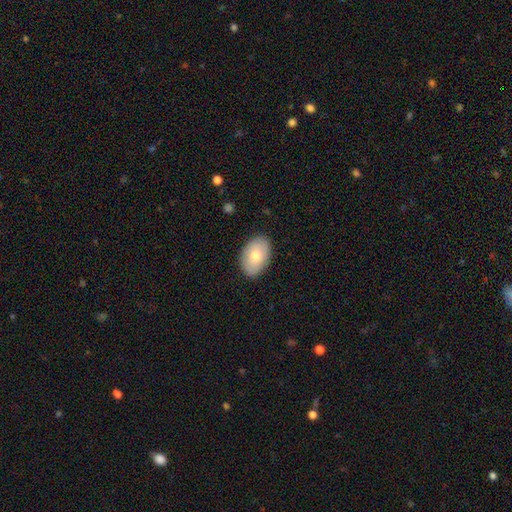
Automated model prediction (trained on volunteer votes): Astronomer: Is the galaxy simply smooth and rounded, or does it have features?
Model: smooth — 77%.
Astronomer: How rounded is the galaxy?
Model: in between — 89%.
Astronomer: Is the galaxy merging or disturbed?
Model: none — 87%.